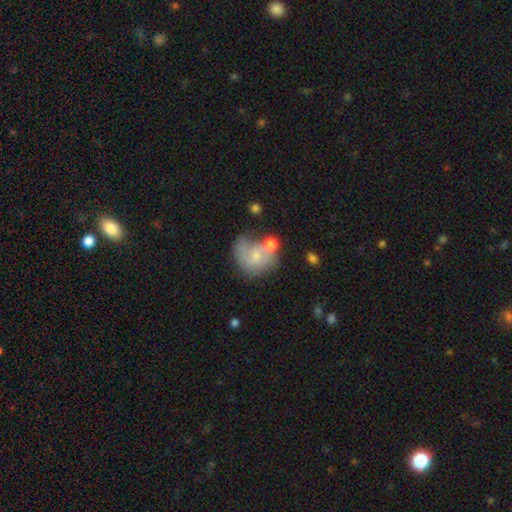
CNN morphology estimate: This appears to be a featured or disk galaxy (54%) with no bar (62%), spiral arms (78%) and a small central bulge (60%). Merging: none (39%).